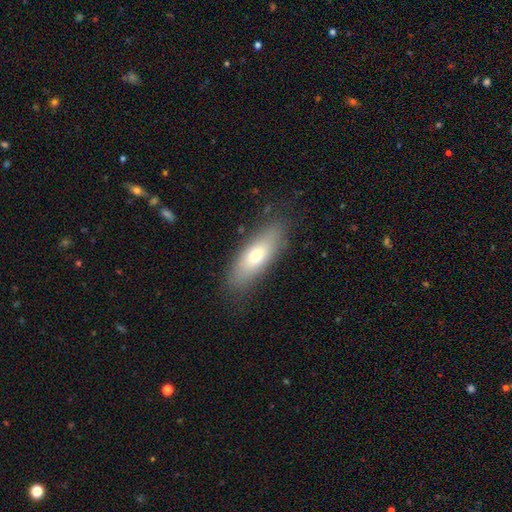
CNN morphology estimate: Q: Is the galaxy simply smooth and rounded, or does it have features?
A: smooth — 65%.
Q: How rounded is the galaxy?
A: in between — 64%.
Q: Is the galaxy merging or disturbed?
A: none — 84%.